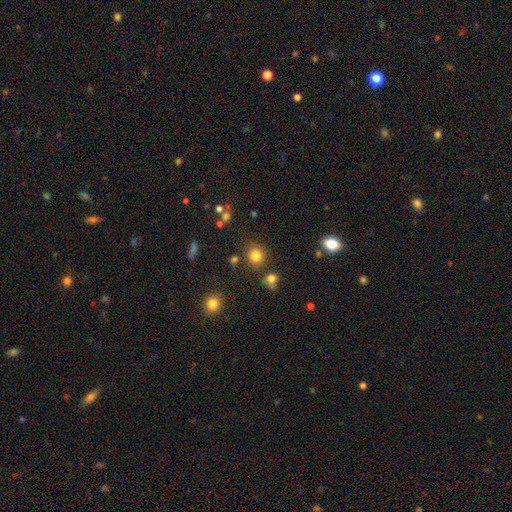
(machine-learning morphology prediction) The model was most divided on "smooth or featured": smooth: 81%, star or artifact: 14%, featured or disk: 6%. More confident: how rounded — round (88%); merging — none (81%).